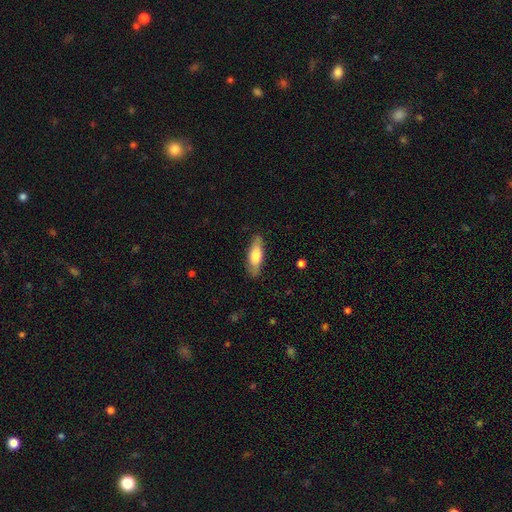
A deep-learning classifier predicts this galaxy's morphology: Q: Smooth or featured?
A: smooth (68%); runner-up: featured or disk (26%)
Q: How rounded?
A: in between (55%); runner-up: cigar-shaped (42%)
Q: Merging?
A: none (86%); runner-up: minor disturbance (11%)